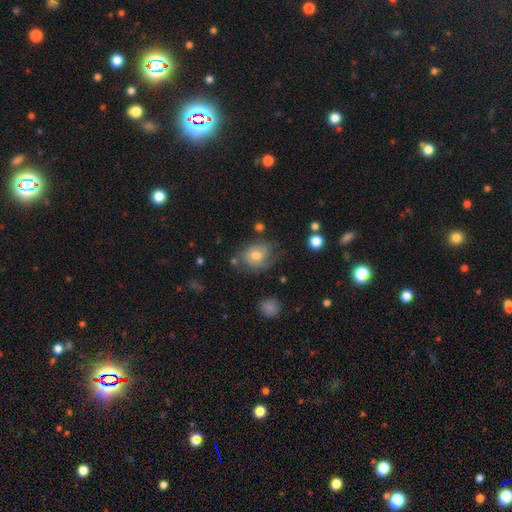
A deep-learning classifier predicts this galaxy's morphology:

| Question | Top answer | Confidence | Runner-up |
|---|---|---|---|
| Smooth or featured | smooth | 58% | featured or disk (33%) |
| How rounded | round | 50% | in between (49%) |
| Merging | none | 54% | minor disturbance (27%) |